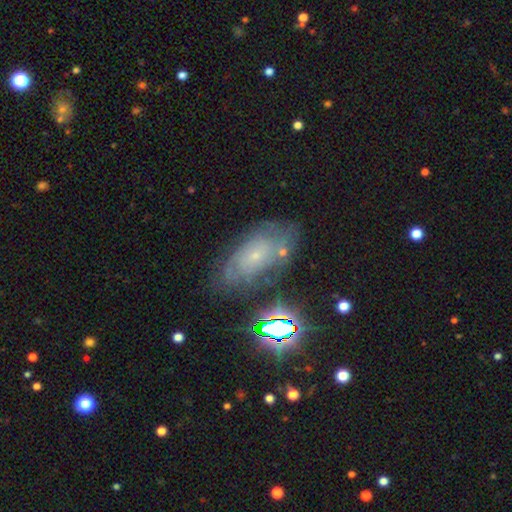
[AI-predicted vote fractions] The model was most divided on "smooth or featured": featured or disk: 61%, smooth: 22%, star or artifact: 18%. More confident: edge-on disk — no (93%); spiral arms — yes (82%); bulge size — small (81%); bar — no (76%); merging — none (66%).